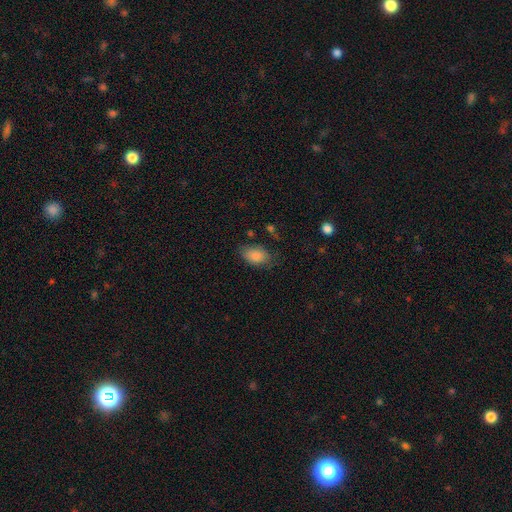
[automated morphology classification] Smooth or featured?
  - smooth: 86% *
  - star or artifact: 8%
  - featured or disk: 7%
How rounded?
  - in between: 89% *
  - round: 9%
  - cigar-shaped: 2%
Merging?
  - none: 67% *
  - minor disturbance: 23%
  - major disturbance: 7%
  - merger: 2%